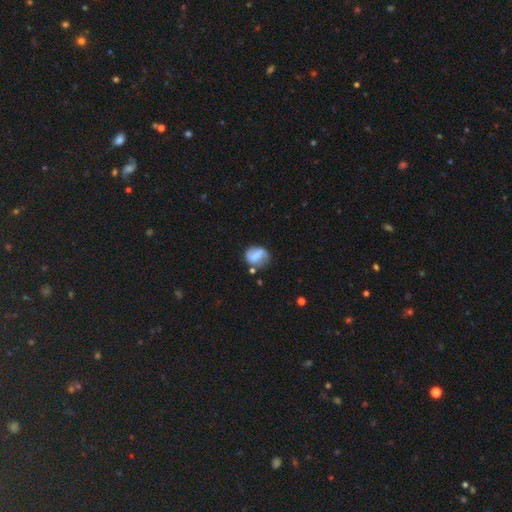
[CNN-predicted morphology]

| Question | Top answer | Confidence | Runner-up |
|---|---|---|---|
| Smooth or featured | smooth | 48% | featured or disk (43%) |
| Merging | none | 55% | minor disturbance (25%) |